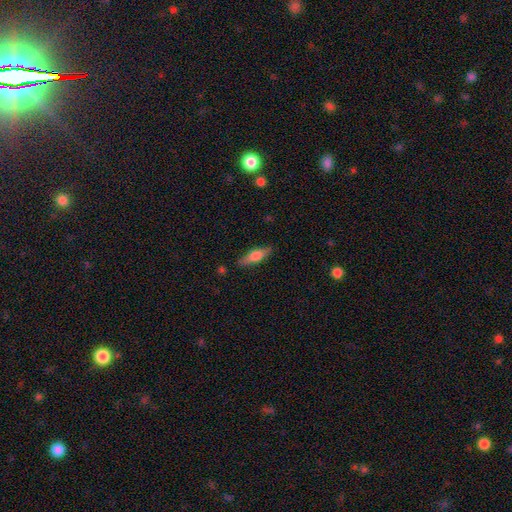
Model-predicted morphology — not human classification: This appears to be a smooth galaxy with no disk features (60%) that is cigar-shaped (58%). Merging: none (85%).